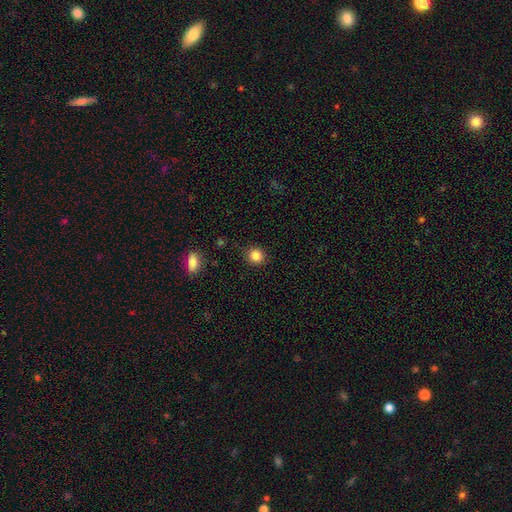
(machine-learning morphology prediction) Smooth or featured?
  - smooth: 85% *
  - star or artifact: 11%
  - featured or disk: 4%
How rounded?
  - round: 89% *
  - in between: 10%
  - cigar-shaped: 1%
Merging?
  - none: 90% *
  - minor disturbance: 7%
  - major disturbance: 2%
  - merger: 1%